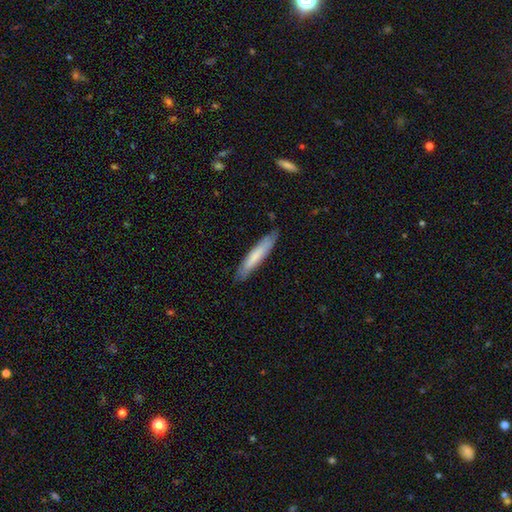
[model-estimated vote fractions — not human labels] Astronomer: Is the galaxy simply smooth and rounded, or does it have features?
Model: smooth — 70%.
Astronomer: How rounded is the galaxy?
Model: cigar-shaped — 91%.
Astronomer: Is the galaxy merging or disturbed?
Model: none — 85%.